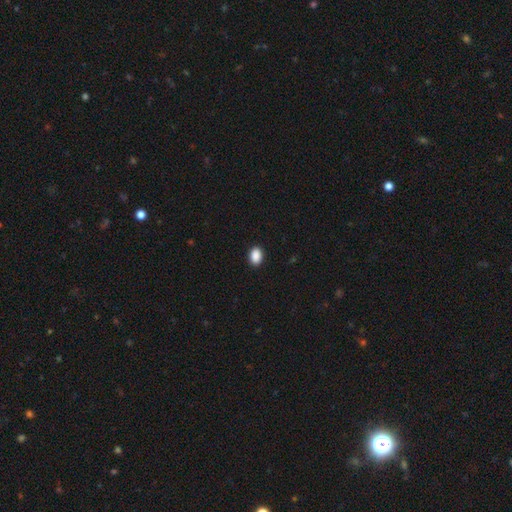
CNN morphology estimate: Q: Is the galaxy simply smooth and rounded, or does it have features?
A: smooth — 90%.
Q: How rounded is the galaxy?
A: in between — 81%.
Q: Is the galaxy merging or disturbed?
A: none — 90%.